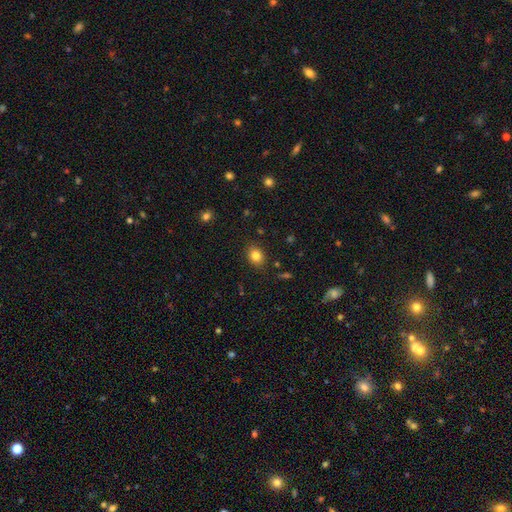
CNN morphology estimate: smooth-or-featured: smooth: 82% | star or artifact: 11% | featured or disk: 7%
  how-rounded: in between: 51% | round: 48% | cigar-shaped: 1%
  merging: none: 85% | minor disturbance: 10% | major disturbance: 3% | merger: 2%